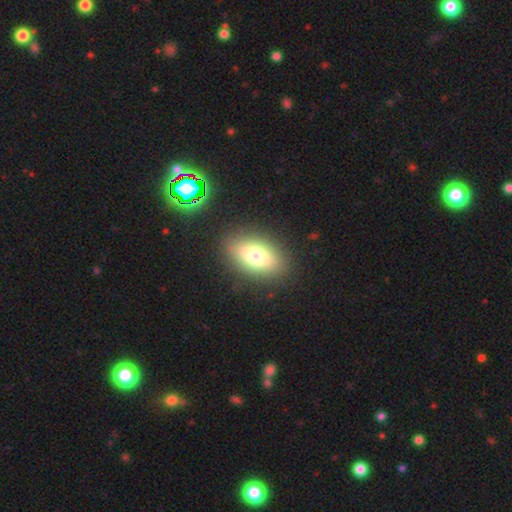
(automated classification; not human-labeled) A smooth galaxy with no disk features (73%) that is in between round and cigar-shaped (86%). Merging: none (86%).